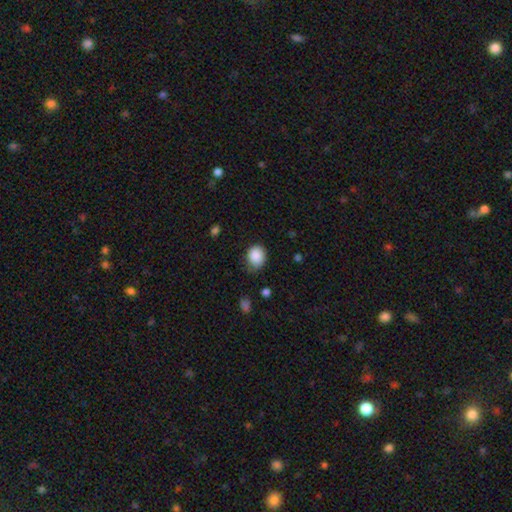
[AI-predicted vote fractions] Overall: smooth (88%). How rounded: round (56%; in between 43%). Merging: none (66%).